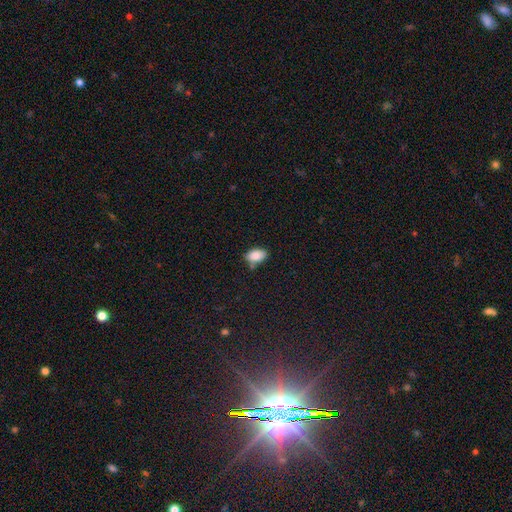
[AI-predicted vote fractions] Smooth or featured?
  - smooth: 87% *
  - star or artifact: 8%
  - featured or disk: 5%
How rounded?
  - in between: 91% *
  - round: 8%
  - cigar-shaped: 2%
Merging?
  - none: 67% *
  - minor disturbance: 21%
  - merger: 8%
  - major disturbance: 4%